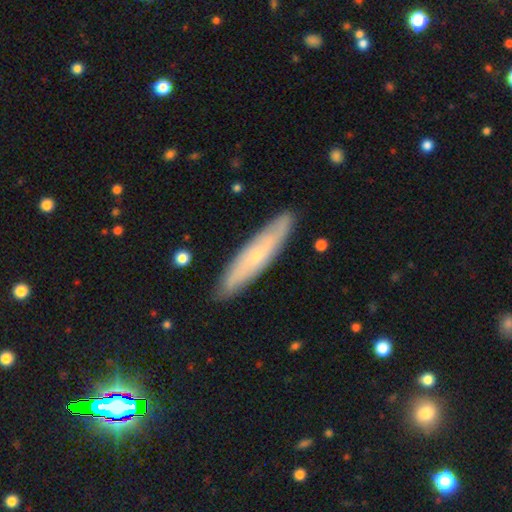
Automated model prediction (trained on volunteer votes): smooth-or-featured: featured or disk: 50% | smooth: 43% | star or artifact: 6%
  disk-edge-on: yes: 56% | no: 44%
  merging: none: 87% | minor disturbance: 10% | major disturbance: 2% | merger: 1%